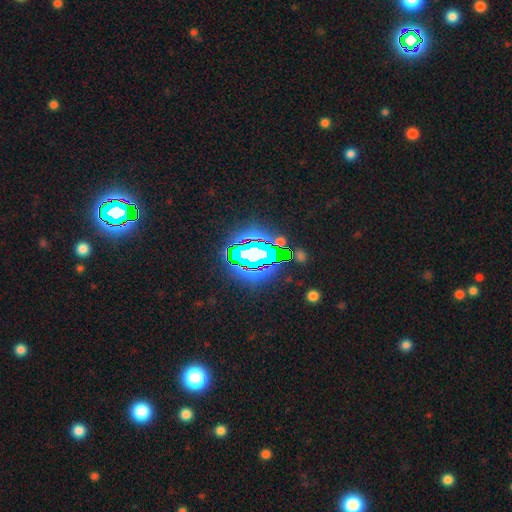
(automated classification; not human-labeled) A star or artifact, not a galaxy (74%).